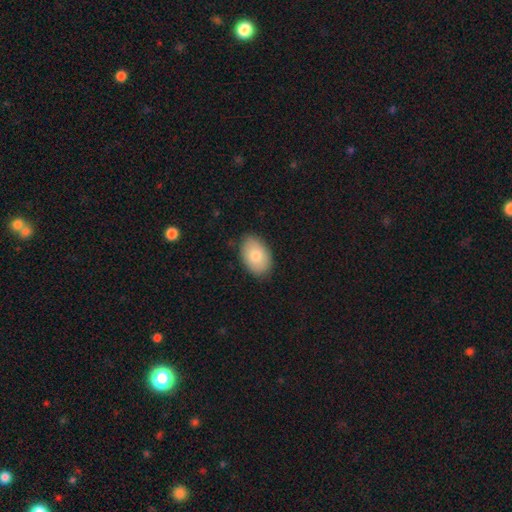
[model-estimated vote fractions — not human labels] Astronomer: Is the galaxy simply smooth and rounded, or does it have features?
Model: smooth — 80%.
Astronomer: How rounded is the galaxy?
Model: in between — 89%.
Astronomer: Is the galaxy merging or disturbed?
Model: none — 85%.